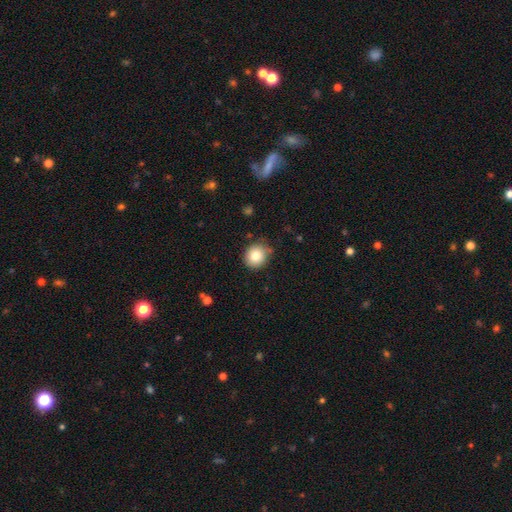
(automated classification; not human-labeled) Overall: smooth (81%). How rounded: round (84%). Merging: none (80%).